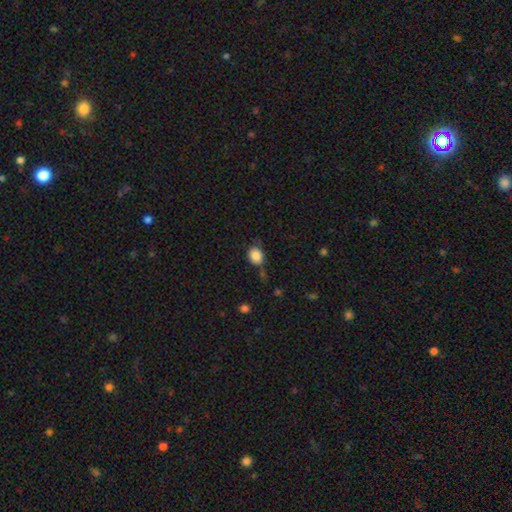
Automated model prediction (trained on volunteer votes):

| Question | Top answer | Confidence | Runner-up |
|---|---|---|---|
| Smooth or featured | smooth | 85% | star or artifact (10%) |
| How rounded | round | 68% | in between (31%) |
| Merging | none | 68% | minor disturbance (21%) |